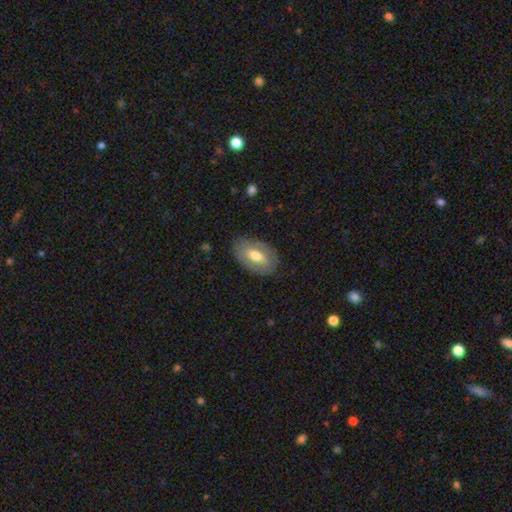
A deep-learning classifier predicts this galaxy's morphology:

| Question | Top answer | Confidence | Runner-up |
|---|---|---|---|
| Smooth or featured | smooth | 52% | featured or disk (42%) |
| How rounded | in between | 91% | round (7%) |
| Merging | none | 82% | minor disturbance (12%) |